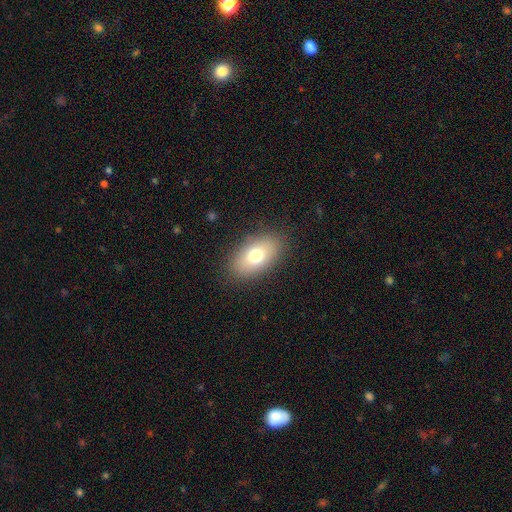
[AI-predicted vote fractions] This appears to be a smooth galaxy with no disk features (73%) that is in between round and cigar-shaped (90%). Merging: none (86%).